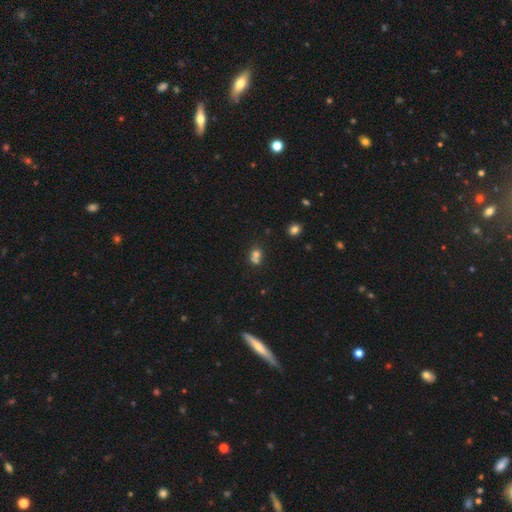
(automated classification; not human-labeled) Q: Smooth or featured?
A: smooth (70%); runner-up: featured or disk (16%)
Q: How rounded?
A: round (70%); runner-up: in between (29%)
Q: Merging?
A: merger (53%); runner-up: none (34%)